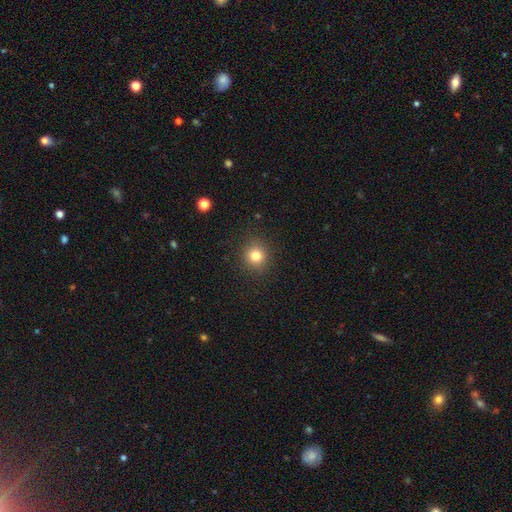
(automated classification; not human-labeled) A smooth galaxy with no disk features (81%) that is round (91%).

Vote fractions:
- Smooth or featured? smooth: 81% / star or artifact: 13% / featured or disk: 6%
- How rounded? round: 91% / in between: 8% / cigar-shaped: 1%
- Merging? none: 90% / minor disturbance: 7% / major disturbance: 2% / merger: 1%